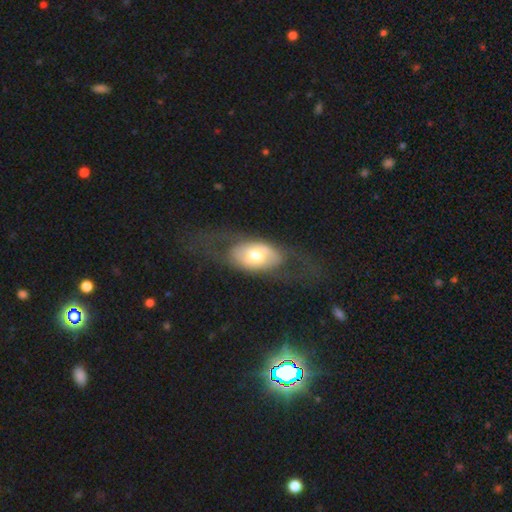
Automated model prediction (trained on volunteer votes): This appears to be a featured or disk galaxy (53%). Merging: none (65%).